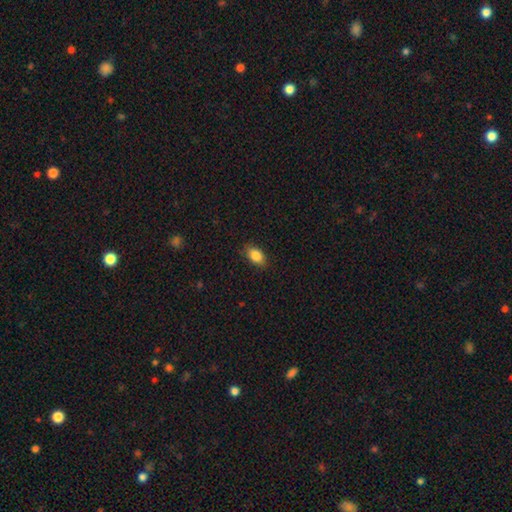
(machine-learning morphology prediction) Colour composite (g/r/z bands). It shows a smooth galaxy with no disk features (87%) that is in between round and cigar-shaped (88%). Merging: none (85%).